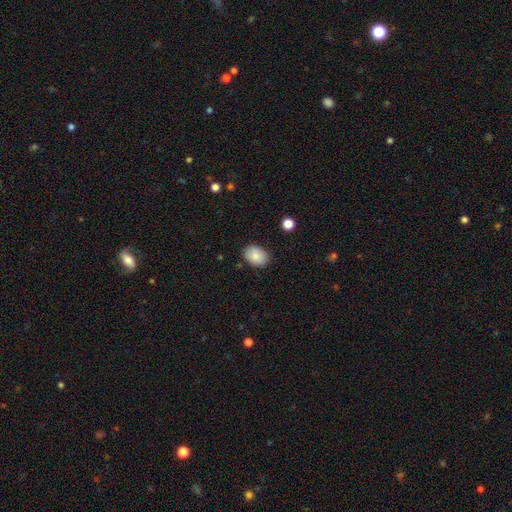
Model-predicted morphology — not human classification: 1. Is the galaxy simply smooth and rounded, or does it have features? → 87% smooth, 7% star or artifact, 6% featured or disk.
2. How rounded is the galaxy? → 77% in between, 22% round, 1% cigar-shaped.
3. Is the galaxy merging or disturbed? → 85% none, 11% minor disturbance, 3% major disturbance, 1% merger.